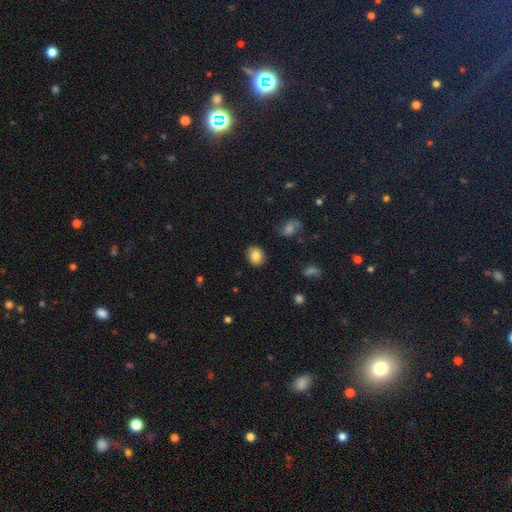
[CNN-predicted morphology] A smooth galaxy with no disk features (83%) that is round (62%). Merging: none (88%).